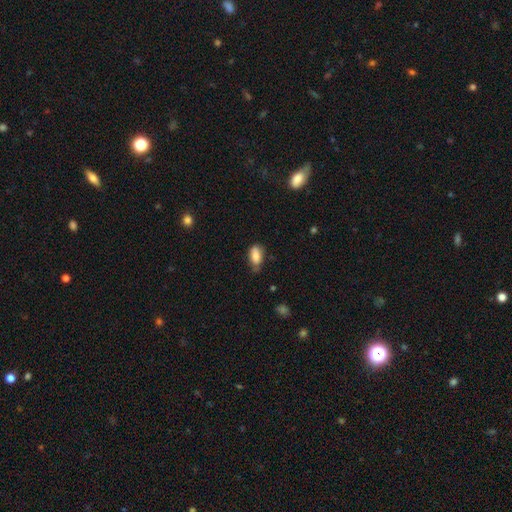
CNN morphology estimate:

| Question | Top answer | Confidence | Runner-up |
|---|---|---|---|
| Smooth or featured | smooth | 81% | featured or disk (12%) |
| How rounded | in between | 89% | cigar-shaped (5%) |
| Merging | none | 54% | minor disturbance (36%) |